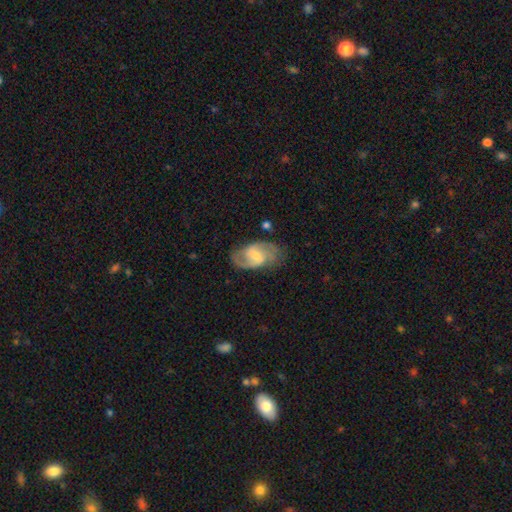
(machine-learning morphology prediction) Overall: featured or disk (73%). Edge-on disk: no (96%). Bar: weak (56%; no 22%). Spiral arms: yes (90%). Spiral arm count: 2 (80%). Spiral winding: medium (50%; loose 28%). Bulge size: small (47%; moderate 44%). Merging: none (71%).